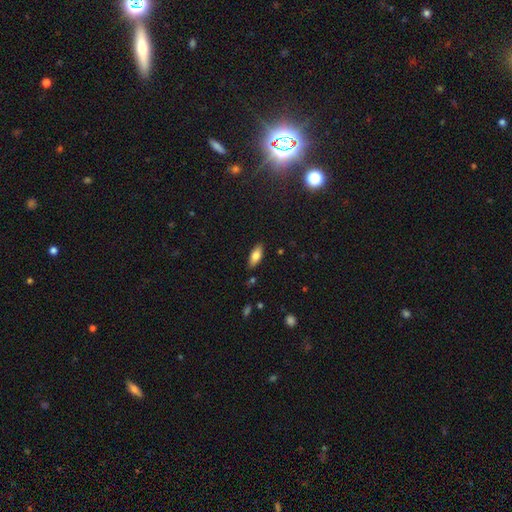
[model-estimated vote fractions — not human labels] Smooth or featured? Predicted: smooth (p=0.75). How rounded? Predicted: in between (p=0.79). Merging? Predicted: none (p=0.86).